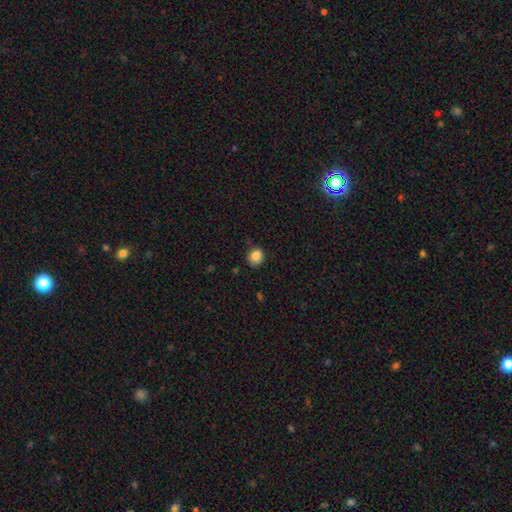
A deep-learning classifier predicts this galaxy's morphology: The model was most divided on "how rounded": round: 77%, in between: 22%, cigar-shaped: 1%. More confident: smooth or featured — smooth (85%); merging — none (78%).